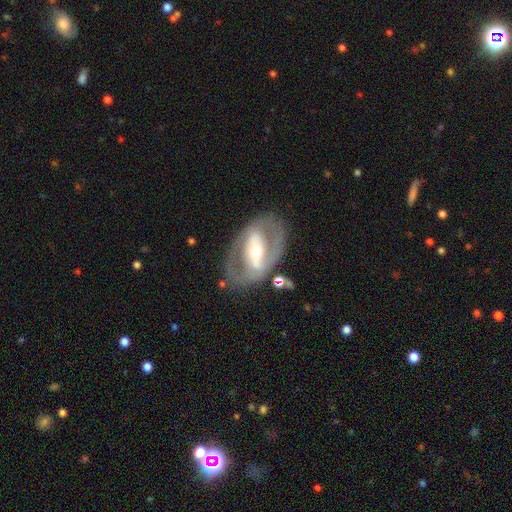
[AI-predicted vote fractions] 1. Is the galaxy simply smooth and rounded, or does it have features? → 80% featured or disk, 14% smooth, 6% star or artifact.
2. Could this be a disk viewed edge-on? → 93% no, 7% yes.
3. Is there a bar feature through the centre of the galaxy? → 58% strong, 25% weak, 17% no.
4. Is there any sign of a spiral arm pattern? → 62% yes, 38% no.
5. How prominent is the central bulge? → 57% moderate, 35% small, 6% large, 1% dominant, 1% none.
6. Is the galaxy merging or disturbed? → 73% none, 14% minor disturbance, 9% major disturbance, 3% merger.